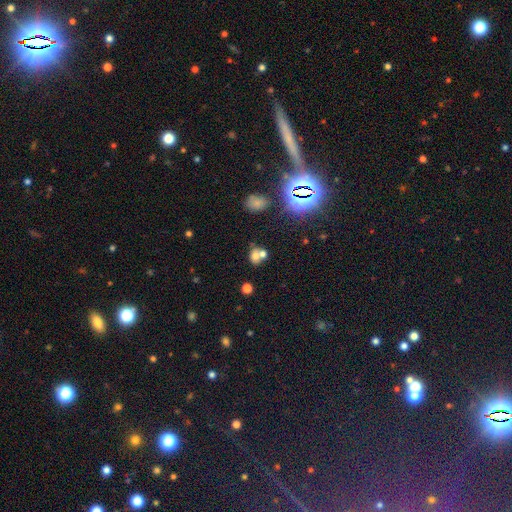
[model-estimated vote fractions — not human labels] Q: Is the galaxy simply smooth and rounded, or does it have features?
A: smooth — 63%.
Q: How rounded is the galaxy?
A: round — 60%.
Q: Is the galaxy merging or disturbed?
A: merger — 49%.